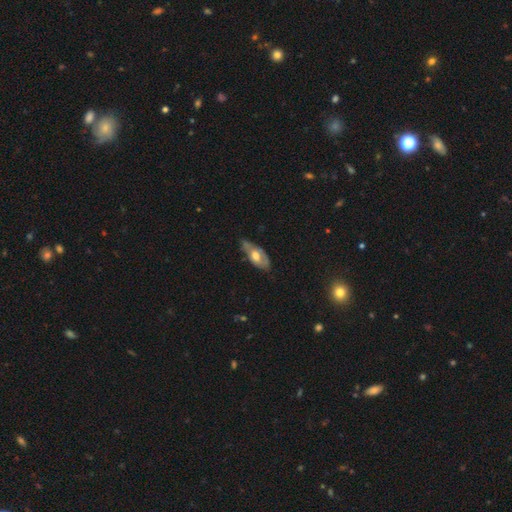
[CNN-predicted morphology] This appears to be a featured or disk galaxy (49%). Merging: none (50%).